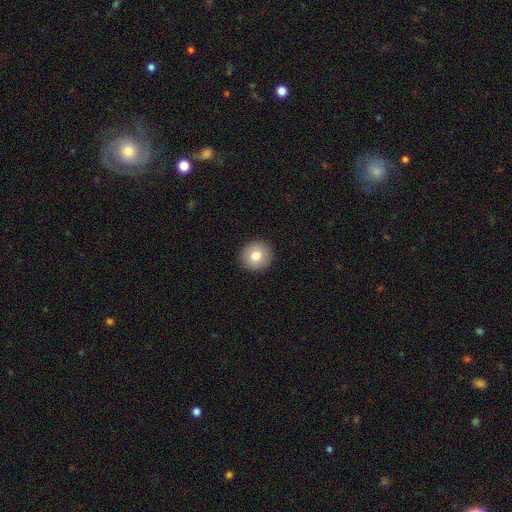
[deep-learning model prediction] Smooth or featured? Predicted: smooth (p=0.79). How rounded? Predicted: round (p=0.94). Merging? Predicted: none (p=0.93).